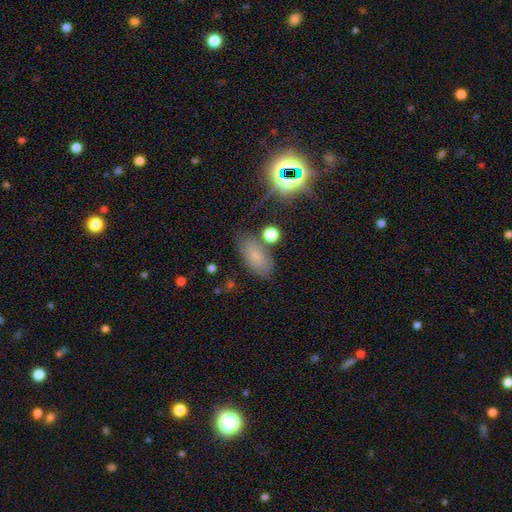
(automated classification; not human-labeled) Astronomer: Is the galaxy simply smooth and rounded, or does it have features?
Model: smooth — 63%.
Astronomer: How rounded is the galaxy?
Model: in between — 89%.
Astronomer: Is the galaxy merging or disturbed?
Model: none — 69%.